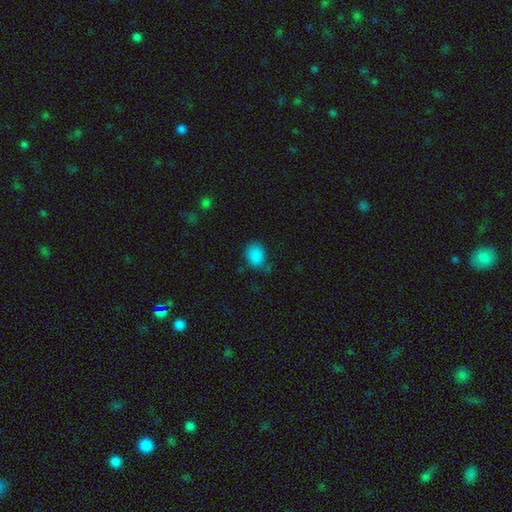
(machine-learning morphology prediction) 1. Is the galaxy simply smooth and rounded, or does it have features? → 86% smooth, 11% star or artifact, 4% featured or disk.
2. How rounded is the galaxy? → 60% in between, 39% round, 1% cigar-shaped.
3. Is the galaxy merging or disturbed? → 66% none, 23% minor disturbance, 6% major disturbance, 4% merger.